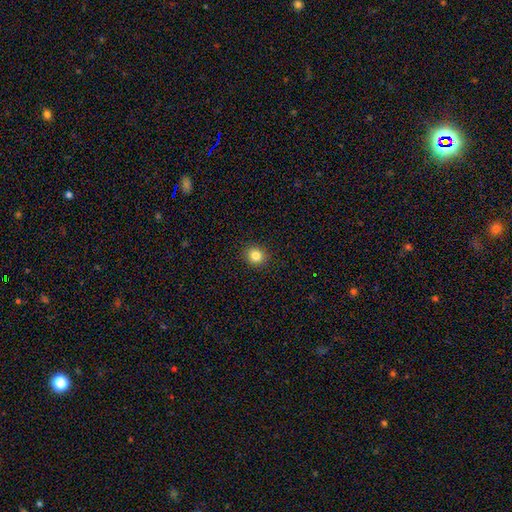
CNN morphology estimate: A smooth galaxy with no disk features (83%) that is round (84%). Merging: none (92%).